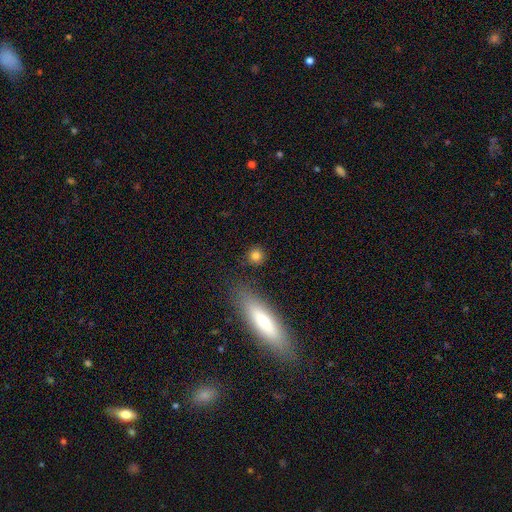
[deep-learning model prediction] smooth-or-featured: smooth: 82% | star or artifact: 11% | featured or disk: 7%
  how-rounded: round: 87% | in between: 10% | cigar-shaped: 3%
  merging: none: 86% | minor disturbance: 8% | merger: 3% | major disturbance: 3%